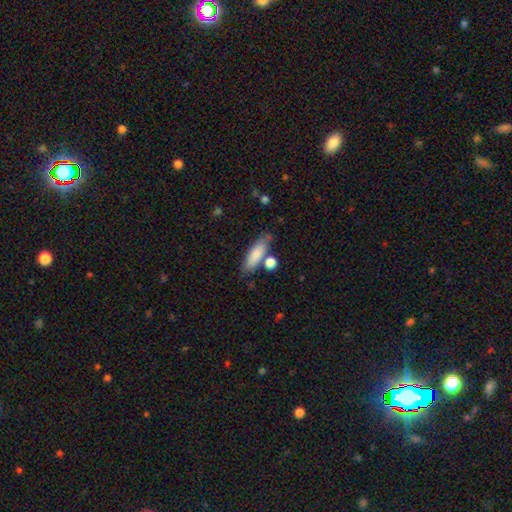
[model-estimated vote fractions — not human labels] Smooth or featured: smooth — 81% (featured or disk — 13%)
How rounded: cigar-shaped — 51% (in between — 46%)
Merging: none — 69% (minor disturbance — 15%)